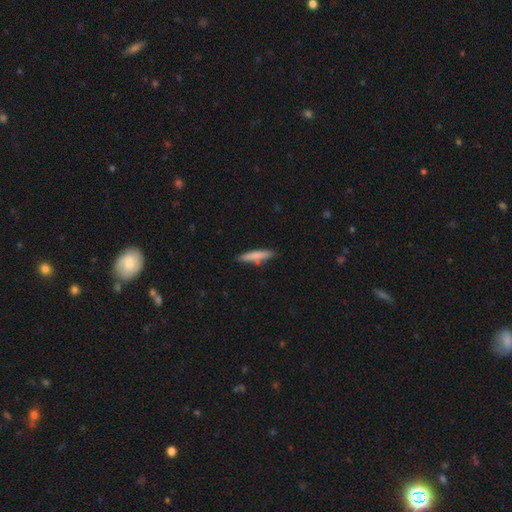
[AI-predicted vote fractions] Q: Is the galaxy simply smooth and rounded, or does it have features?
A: smooth — 77%.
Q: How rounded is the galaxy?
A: cigar-shaped — 87%.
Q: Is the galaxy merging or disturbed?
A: none — 78%.